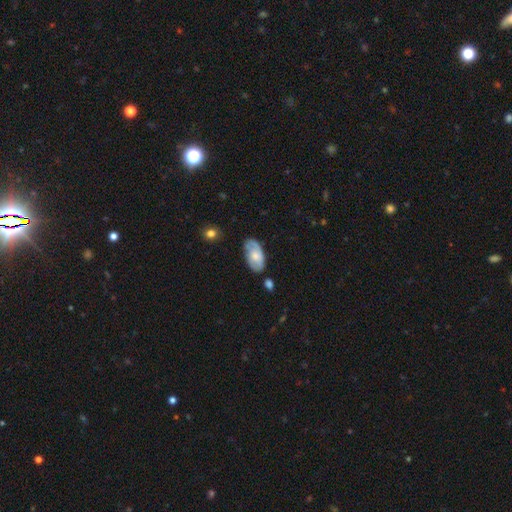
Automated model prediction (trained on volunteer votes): A smooth galaxy with no disk features (49%). Merging: none (67%).